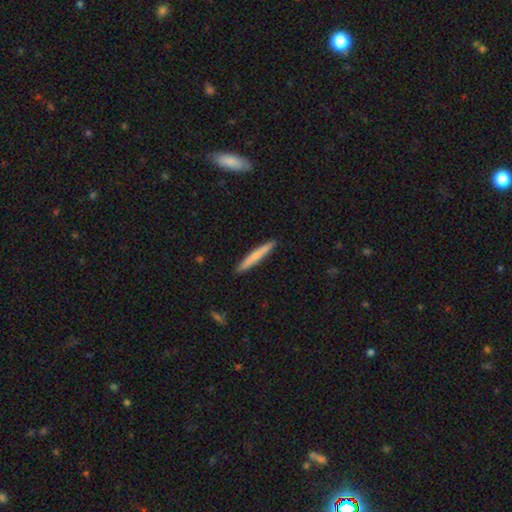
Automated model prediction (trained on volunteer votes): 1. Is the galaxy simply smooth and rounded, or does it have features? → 68% smooth, 27% featured or disk, 6% star or artifact.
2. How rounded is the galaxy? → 96% cigar-shaped, 3% in between, 1% round.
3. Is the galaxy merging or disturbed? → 91% none, 6% minor disturbance, 1% major disturbance, 1% merger.